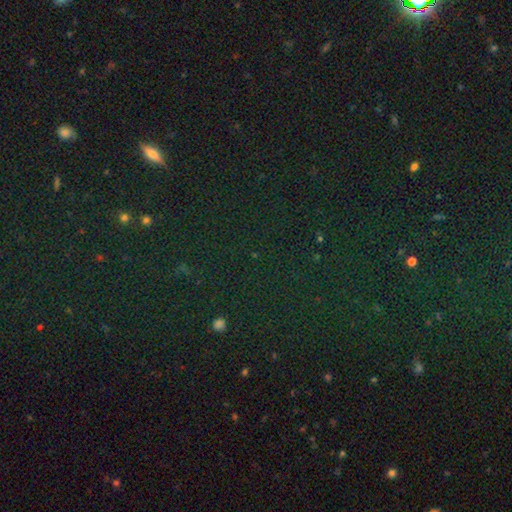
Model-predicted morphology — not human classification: A star or artifact, not a galaxy (77%).

Vote fractions:
- Smooth or featured? star or artifact: 77% / smooth: 15% / featured or disk: 8%